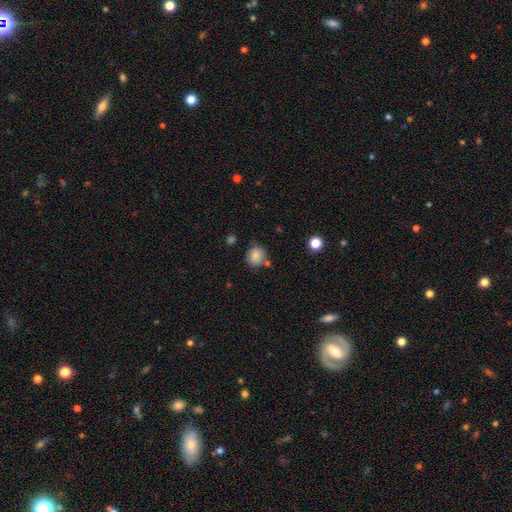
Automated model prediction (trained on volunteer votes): The model was most divided on "merging": none: 69%, minor disturbance: 18%, merger: 8%, major disturbance: 5%. More confident: smooth or featured — smooth (82%); how rounded — round (78%).